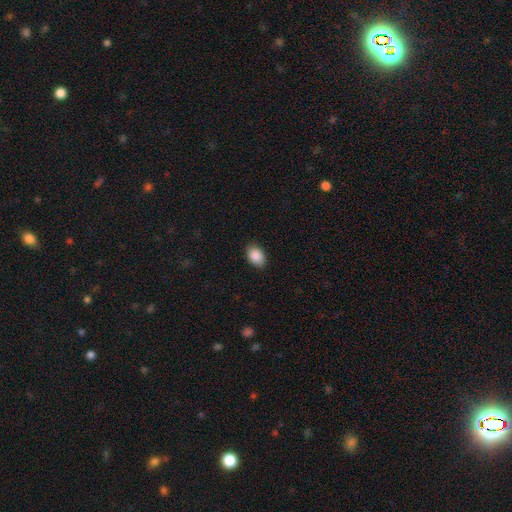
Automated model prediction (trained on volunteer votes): Morphology: type=smooth (89%); roundness=in between (83%); merging=none (85%).